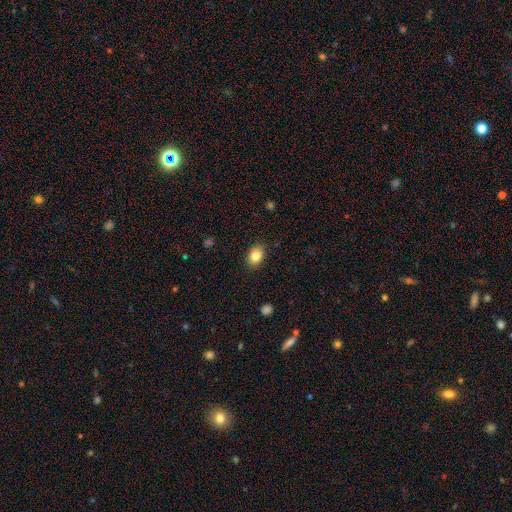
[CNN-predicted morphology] smooth-or-featured: smooth: 83% | star or artifact: 9% | featured or disk: 7%
  how-rounded: in between: 69% | round: 30% | cigar-shaped: 1%
  merging: none: 88% | minor disturbance: 9% | major disturbance: 2% | merger: 1%